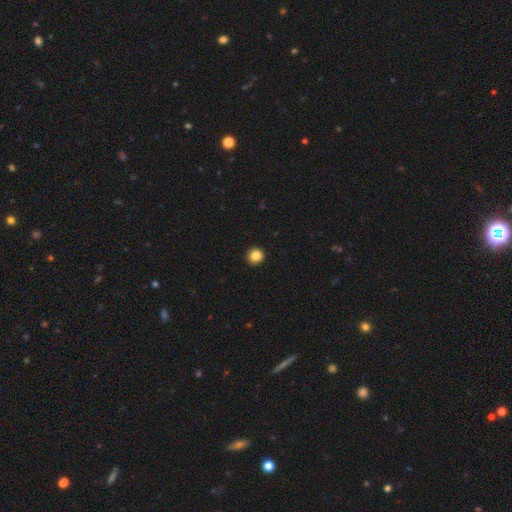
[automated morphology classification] Overall: smooth (85%). How rounded: round (93%). Merging: none (93%).